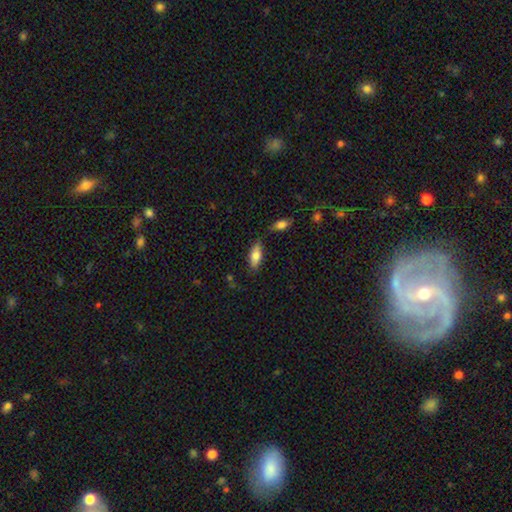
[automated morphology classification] Smooth or featured? Predicted: smooth (p=0.72). How rounded? Predicted: in between (p=0.75). Merging? Predicted: none (p=0.74).